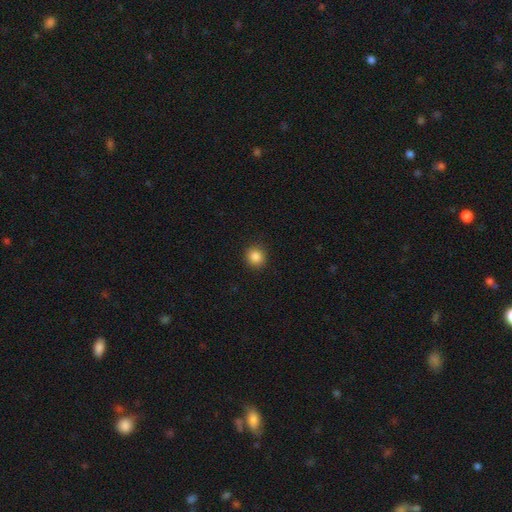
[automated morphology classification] Overall: smooth (86%). How rounded: round (91%). Merging: none (91%).